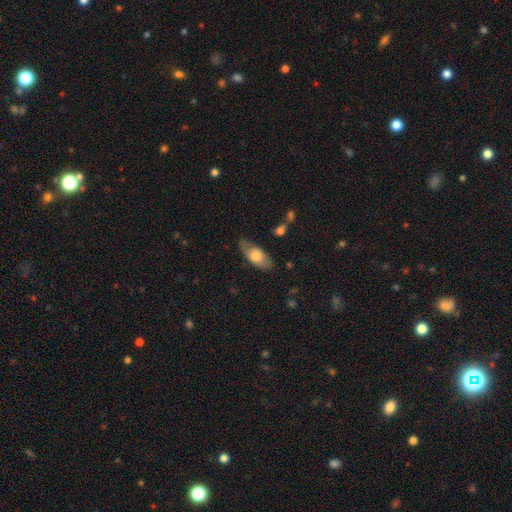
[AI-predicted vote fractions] smooth_or_featured: smooth (p=0.65) [alt: featured or disk p=0.29]
how_rounded: in between (p=0.83) [alt: cigar-shaped p=0.13]
merging: none (p=0.75) [alt: minor disturbance p=0.18]